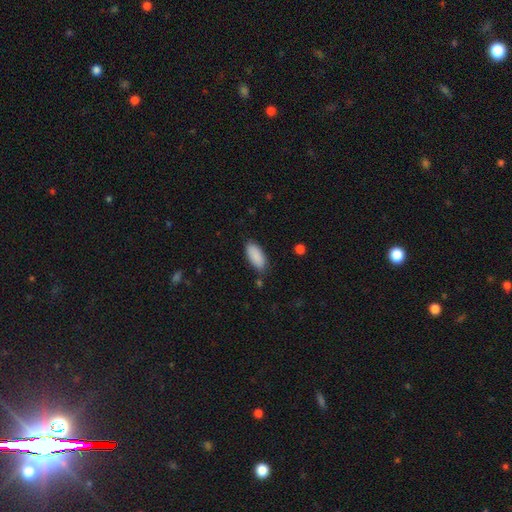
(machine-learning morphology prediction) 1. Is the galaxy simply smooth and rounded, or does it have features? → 90% smooth, 6% star or artifact, 4% featured or disk.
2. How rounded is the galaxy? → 89% in between, 9% cigar-shaped, 2% round.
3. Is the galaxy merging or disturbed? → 83% none, 13% minor disturbance, 3% major disturbance, 2% merger.